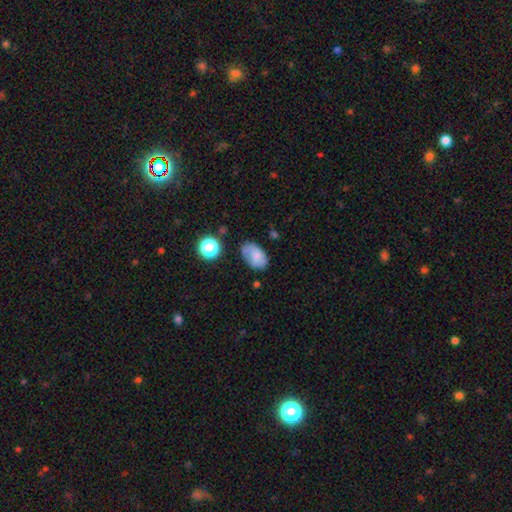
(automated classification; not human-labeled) A smooth galaxy with no disk features (71%) that is in between round and cigar-shaped (87%). Merging: none (57%).